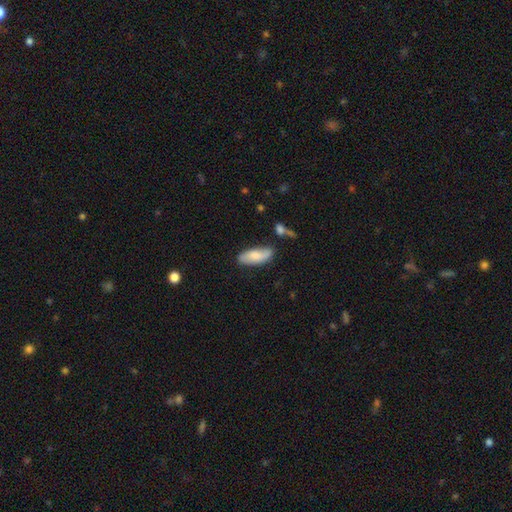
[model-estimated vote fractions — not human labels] A smooth galaxy with no disk features (72%) that is in between round and cigar-shaped (77%). Merging: none (71%).